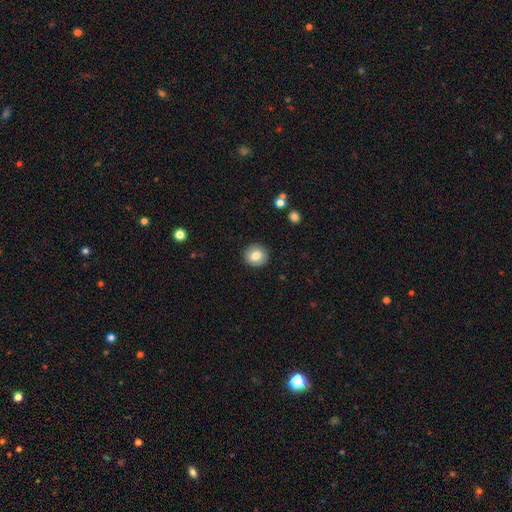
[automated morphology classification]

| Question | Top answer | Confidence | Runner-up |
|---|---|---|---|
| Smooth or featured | smooth | 81% | featured or disk (10%) |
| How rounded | round | 91% | in between (8%) |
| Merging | none | 91% | minor disturbance (6%) |